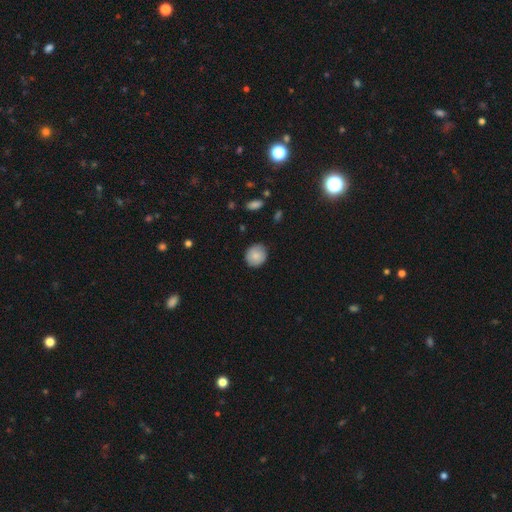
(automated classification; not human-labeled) A smooth galaxy with no disk features (82%) that is round (83%). Merging: none (82%).